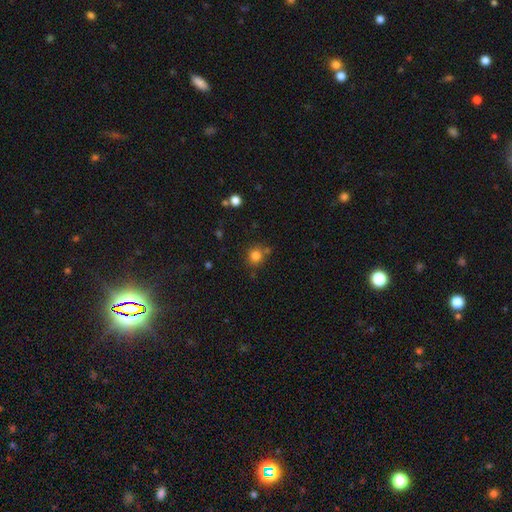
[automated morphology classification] smooth 81%, star or artifact 13%, featured or disk 6%. Down the decision tree: how rounded — round (87%); merging — none (75%).